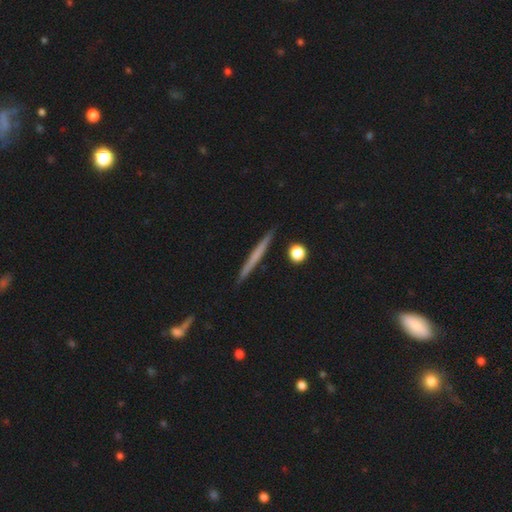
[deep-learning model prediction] Q: Smooth or featured?
A: smooth (49%); runner-up: featured or disk (44%)
Q: Merging?
A: none (91%); runner-up: minor disturbance (6%)